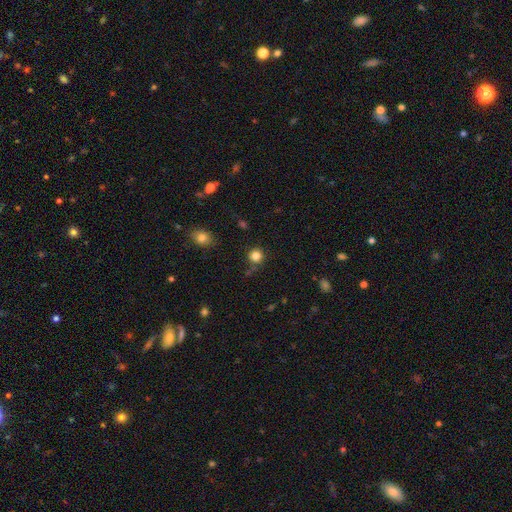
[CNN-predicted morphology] Q: Smooth or featured?
A: smooth (83%); runner-up: star or artifact (12%)
Q: How rounded?
A: round (93%); runner-up: in between (6%)
Q: Merging?
A: none (83%); runner-up: minor disturbance (10%)